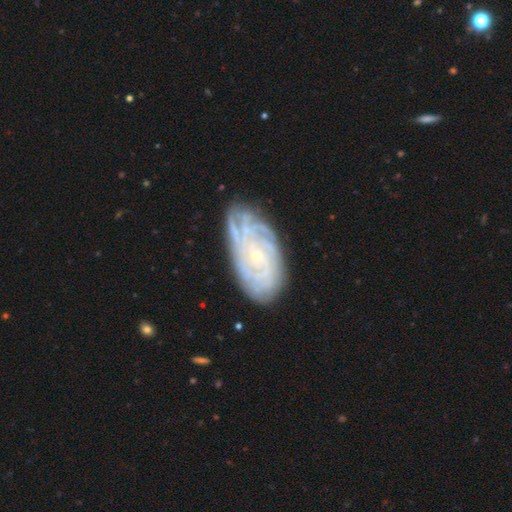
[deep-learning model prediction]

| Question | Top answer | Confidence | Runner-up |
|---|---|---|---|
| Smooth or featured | featured or disk | 81% | smooth (12%) |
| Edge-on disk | no | 94% | yes (6%) |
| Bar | no | 75% | weak (20%) |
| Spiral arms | yes | 94% | no (6%) |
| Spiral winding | tight | 78% | medium (18%) |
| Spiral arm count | can't tell | 41% | 4 (20%) |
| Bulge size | small | 80% | moderate (16%) |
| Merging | none | 74% | minor disturbance (18%) |